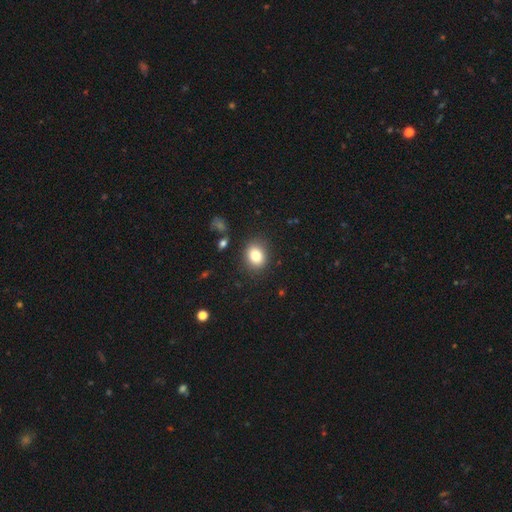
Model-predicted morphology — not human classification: Smooth or featured?
  - smooth: 81% *
  - star or artifact: 10%
  - featured or disk: 9%
How rounded?
  - round: 50% *
  - in between: 49%
  - cigar-shaped: 1%
Merging?
  - none: 85% *
  - minor disturbance: 10%
  - major disturbance: 3%
  - merger: 2%